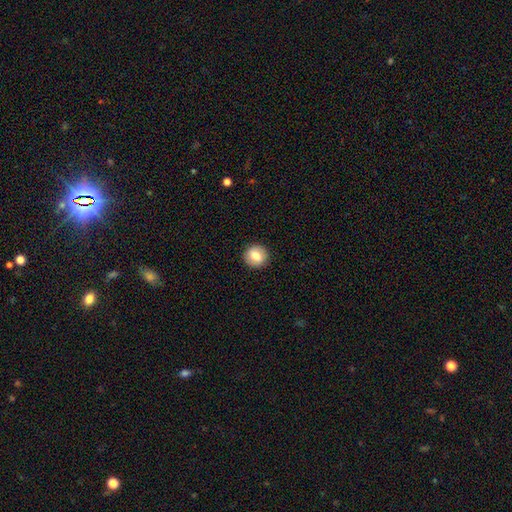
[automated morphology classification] The model was most divided on "smooth or featured": smooth: 76%, featured or disk: 16%, star or artifact: 8%. More confident: merging — none (91%); how rounded — round (89%).